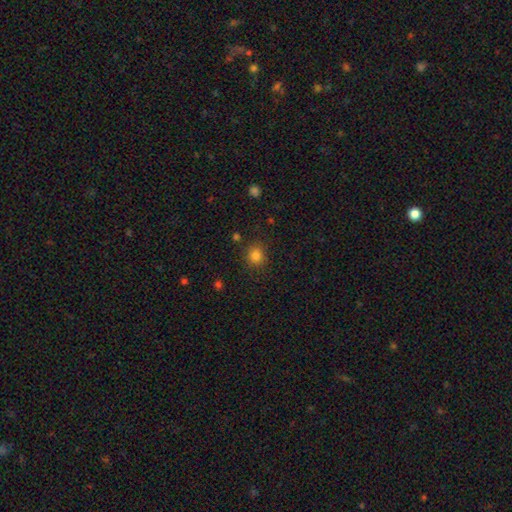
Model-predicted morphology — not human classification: A smooth galaxy with no disk features (82%) that is round (79%). Merging: none (84%).